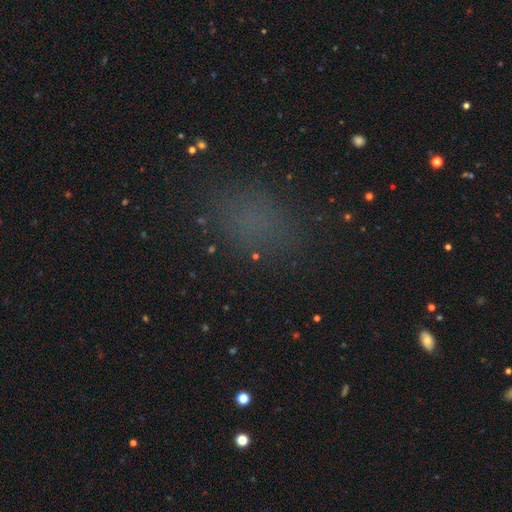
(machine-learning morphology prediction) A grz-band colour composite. It shows a star or artifact, not a galaxy (43%).